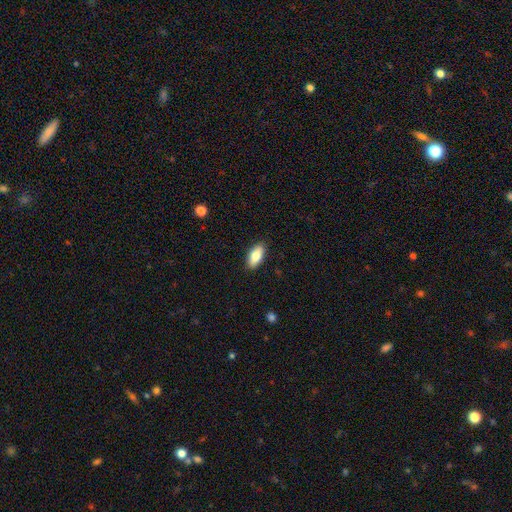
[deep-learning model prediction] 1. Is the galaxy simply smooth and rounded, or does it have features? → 81% smooth, 13% featured or disk, 6% star or artifact.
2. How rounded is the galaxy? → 88% in between, 10% cigar-shaped, 3% round.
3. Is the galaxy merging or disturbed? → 89% none, 8% minor disturbance, 2% major disturbance, 1% merger.